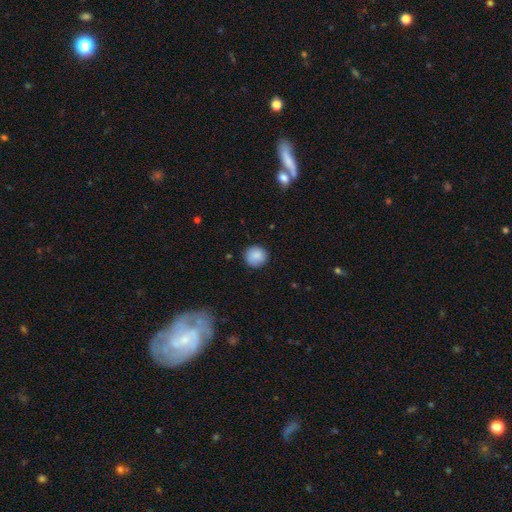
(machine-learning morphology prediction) type=smooth (88%); roundness=round (92%); merging=none (89%).